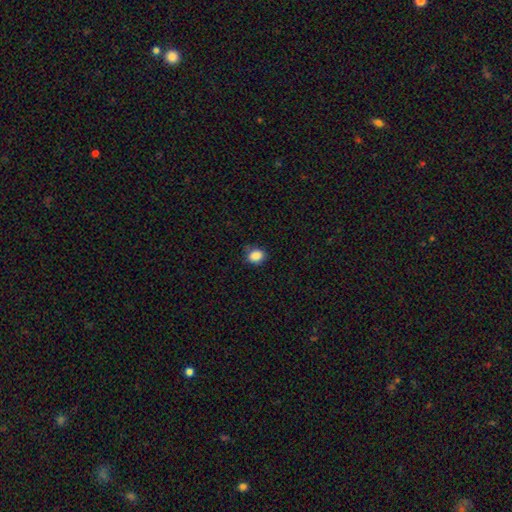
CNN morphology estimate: The model was most divided on "how rounded": round: 50%, in between: 49%, cigar-shaped: 1%. More confident: smooth or featured — smooth (87%); merging — none (77%).